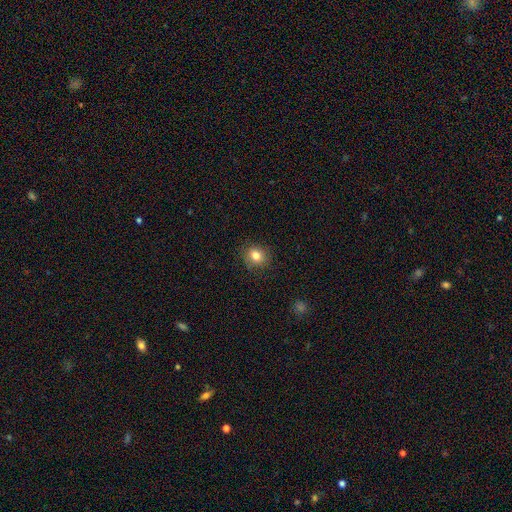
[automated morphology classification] smooth-or-featured: smooth: 81% | star or artifact: 11% | featured or disk: 8%
  how-rounded: round: 72% | in between: 28% | cigar-shaped: 1%
  merging: none: 83% | minor disturbance: 13% | major disturbance: 3% | merger: 1%